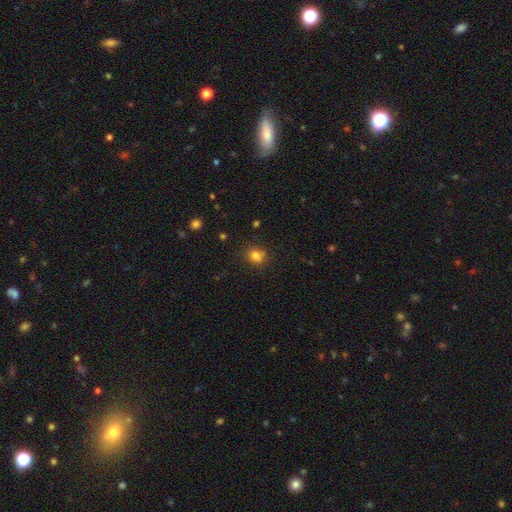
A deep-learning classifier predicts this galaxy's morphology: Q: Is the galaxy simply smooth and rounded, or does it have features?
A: smooth — 78%.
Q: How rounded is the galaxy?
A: round — 65%.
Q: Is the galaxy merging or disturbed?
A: none — 70%.